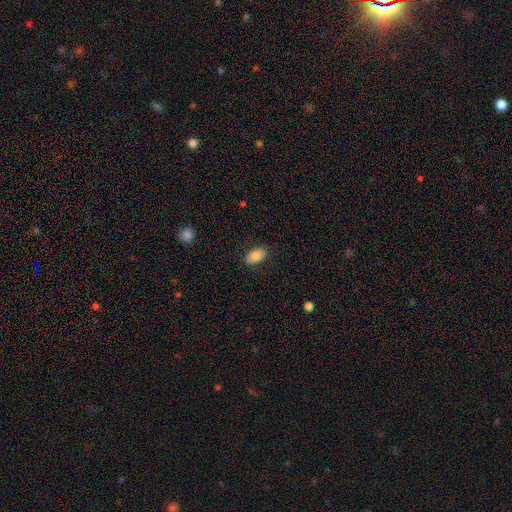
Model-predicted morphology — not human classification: This is clearly a smooth galaxy (83%). How rounded: clearly in between (93%). Merging: clearly none (85%).